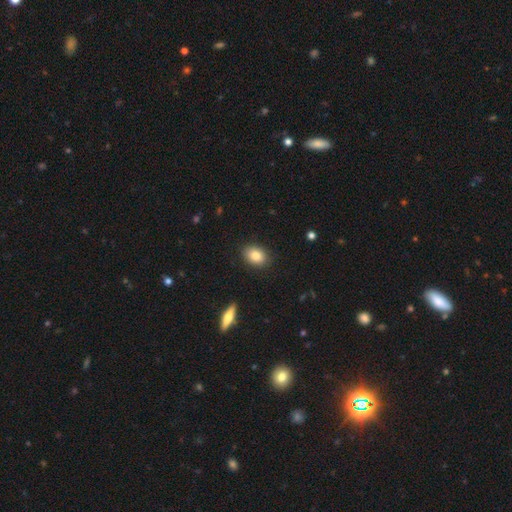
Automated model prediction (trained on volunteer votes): Smooth or featured?
  - smooth: 84% *
  - star or artifact: 8%
  - featured or disk: 8%
How rounded?
  - in between: 74% *
  - round: 25%
  - cigar-shaped: 1%
Merging?
  - none: 88% *
  - minor disturbance: 9%
  - major disturbance: 2%
  - merger: 1%